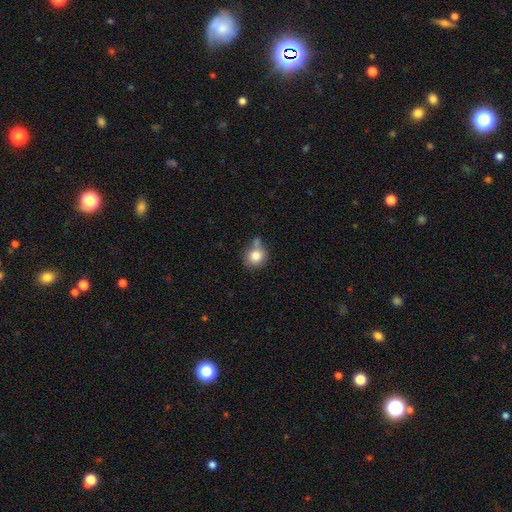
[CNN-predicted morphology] Smooth or featured: smooth — 81% (star or artifact — 10%)
How rounded: round — 84% (in between — 15%)
Merging: none — 54% (merger — 20%)